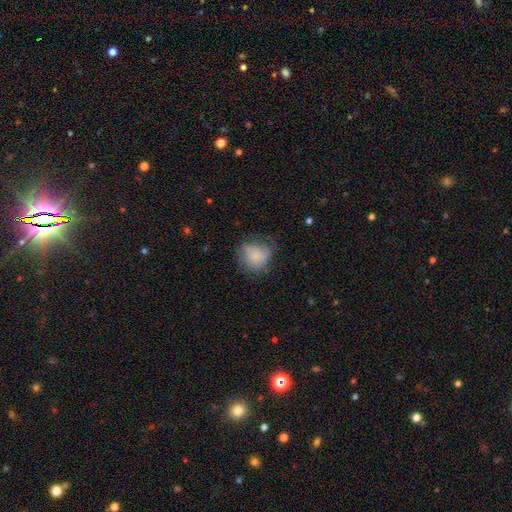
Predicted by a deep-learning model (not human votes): smooth-or-featured: smooth: 75% | featured or disk: 17% | star or artifact: 8%
  how-rounded: round: 77% | in between: 22% | cigar-shaped: 1%
  merging: none: 57% | minor disturbance: 28% | major disturbance: 13% | merger: 2%